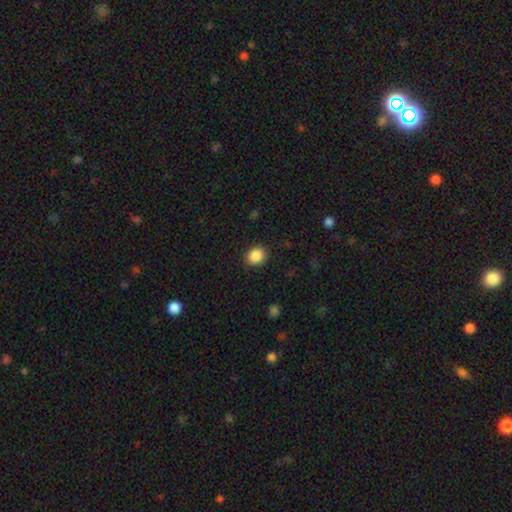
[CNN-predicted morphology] type=smooth (88%); roundness=round (68%); merging=none (89%).